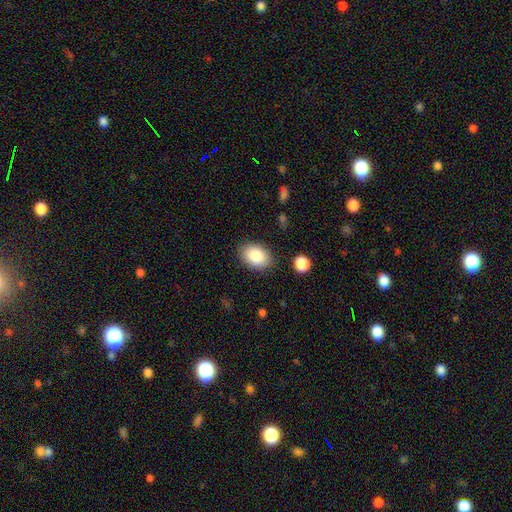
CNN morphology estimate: Smooth or featured? Predicted: smooth (p=0.86). How rounded? Predicted: in between (p=0.83). Merging? Predicted: none (p=0.86).